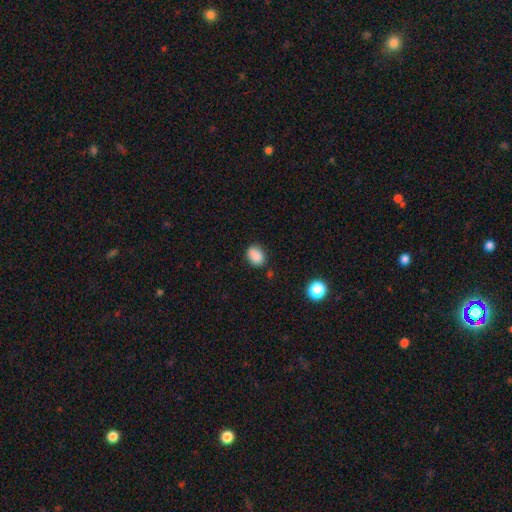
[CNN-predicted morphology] This is clearly a smooth galaxy (87%). How rounded: likely in between (62%). Merging: likely none (77%).